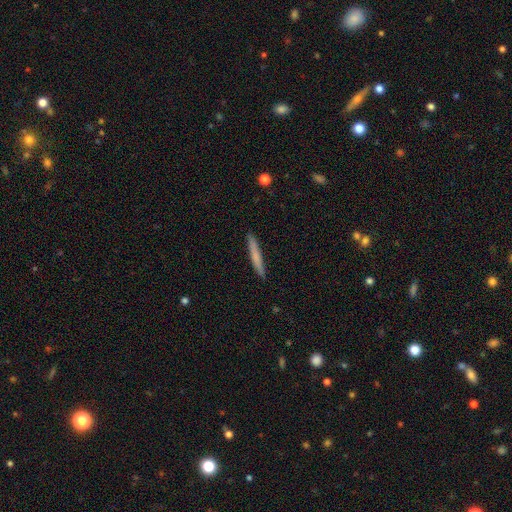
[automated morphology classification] This appears to be a smooth galaxy with no disk features (65%) that is cigar-shaped (96%). Merging: none (91%).